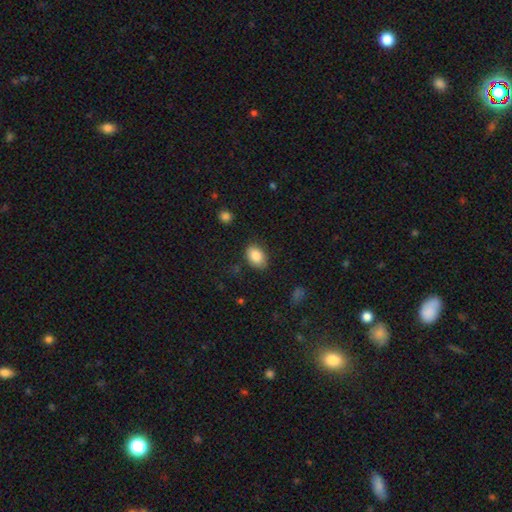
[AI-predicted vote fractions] A smooth galaxy with no disk features (85%) that is in between round and cigar-shaped (85%). Merging: none (82%).